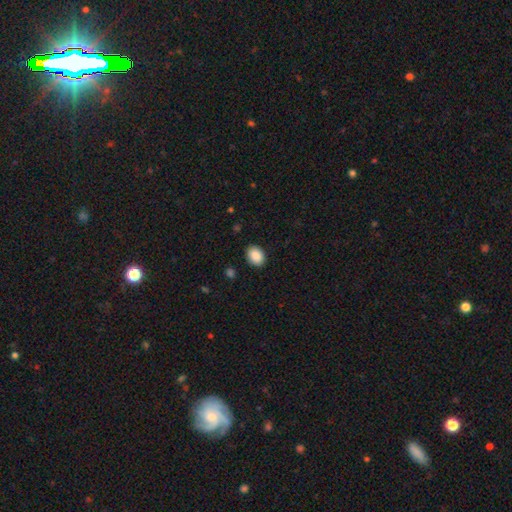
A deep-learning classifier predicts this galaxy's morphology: The model was most divided on "how rounded": in between: 68%, round: 31%, cigar-shaped: 1%. More confident: merging — none (90%); smooth or featured — smooth (89%).